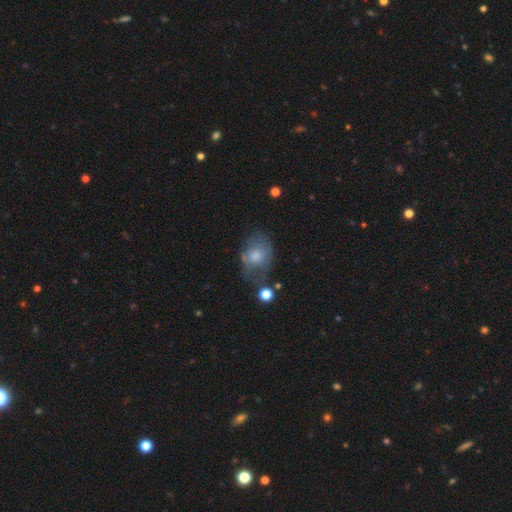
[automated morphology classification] Smooth or featured?
  - smooth: 66% *
  - featured or disk: 25%
  - star or artifact: 9%
How rounded?
  - in between: 69% *
  - round: 30%
  - cigar-shaped: 1%
Merging?
  - none: 44% *
  - minor disturbance: 30%
  - major disturbance: 21%
  - merger: 6%